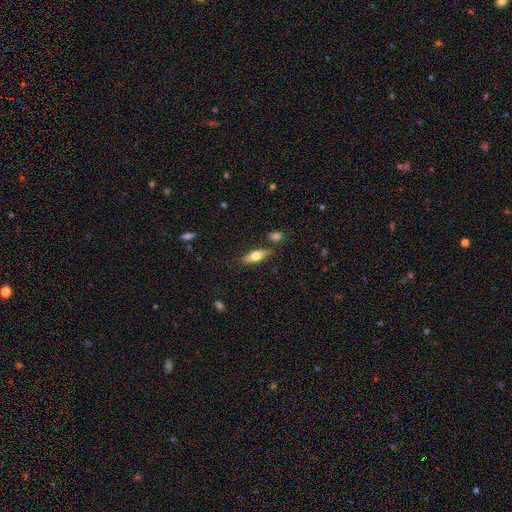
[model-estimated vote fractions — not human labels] Smooth or featured? Predicted: smooth (p=0.58). How rounded? Predicted: in between (p=0.51). Merging? Predicted: none (p=0.78).